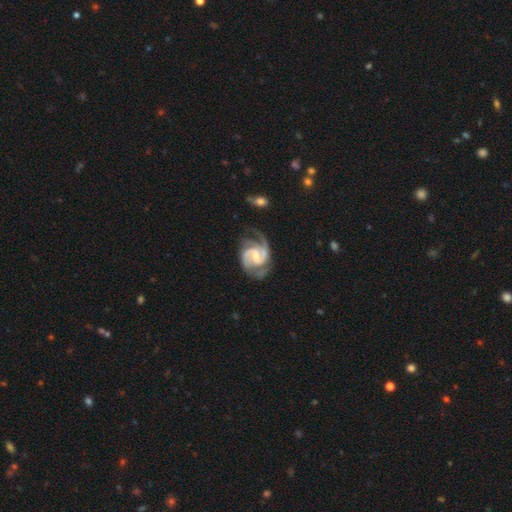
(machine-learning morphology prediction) Smooth or featured? Predicted: featured or disk (p=0.92). Edge-on disk? Predicted: no (p=0.98). Bar? Predicted: weak (p=0.54). Spiral arms? Predicted: yes (p=0.98). Spiral winding? Predicted: medium (p=0.56). Spiral arm count? Predicted: 2 (p=0.75). Bulge size? Predicted: small (p=0.48). Merging? Predicted: none (p=0.60).